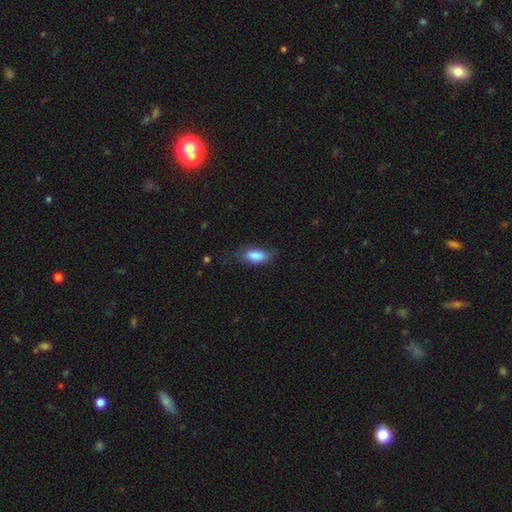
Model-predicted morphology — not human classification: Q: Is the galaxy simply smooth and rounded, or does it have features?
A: smooth — 85%.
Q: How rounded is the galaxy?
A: in between — 88%.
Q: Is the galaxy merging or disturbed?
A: none — 63%.